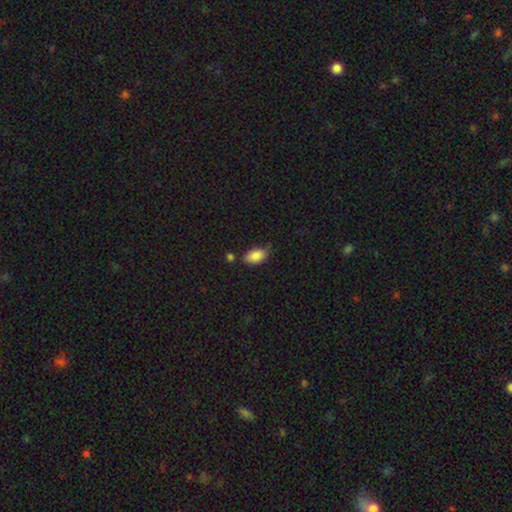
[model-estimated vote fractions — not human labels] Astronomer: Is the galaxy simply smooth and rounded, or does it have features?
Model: smooth — 88%.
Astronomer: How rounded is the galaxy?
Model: in between — 93%.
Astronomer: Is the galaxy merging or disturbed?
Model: none — 67%.